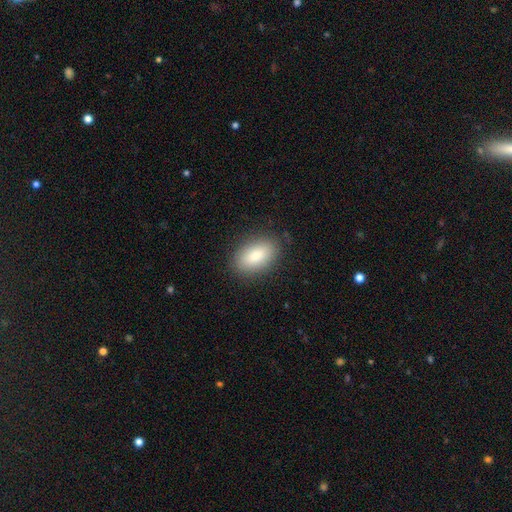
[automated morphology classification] type=smooth (85%); roundness=in between (92%); merging=none (86%).